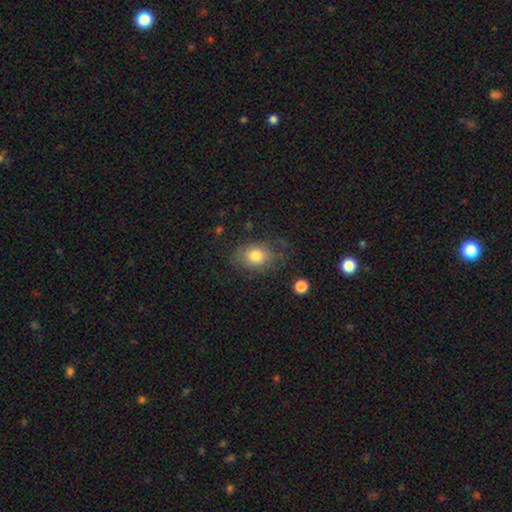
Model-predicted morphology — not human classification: Smooth or featured? Predicted: smooth (p=0.76). How rounded? Predicted: in between (p=0.69). Merging? Predicted: none (p=0.63).